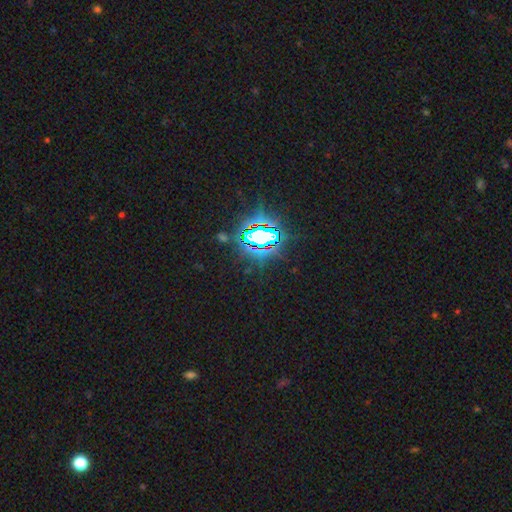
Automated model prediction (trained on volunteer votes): This appears to be a star or artifact, not a galaxy (84%).